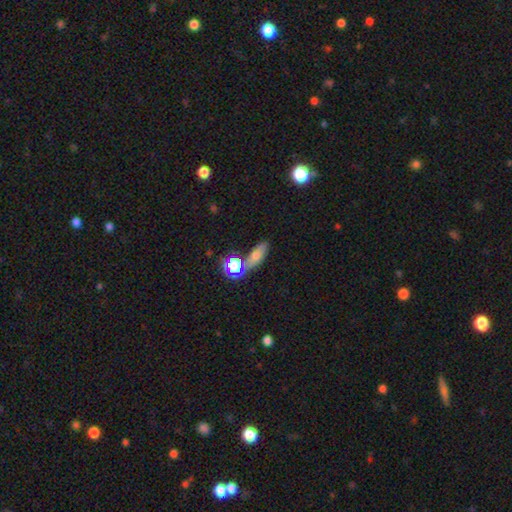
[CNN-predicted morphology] This appears to be a smooth galaxy with no disk features (52%) that is in between round and cigar-shaped (57%). Merging: none (71%).